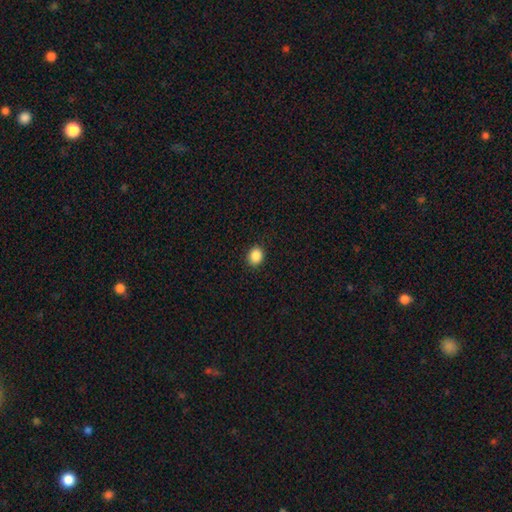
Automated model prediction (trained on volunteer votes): Morphology: type=smooth (88%); roundness=round (61%); merging=none (91%).